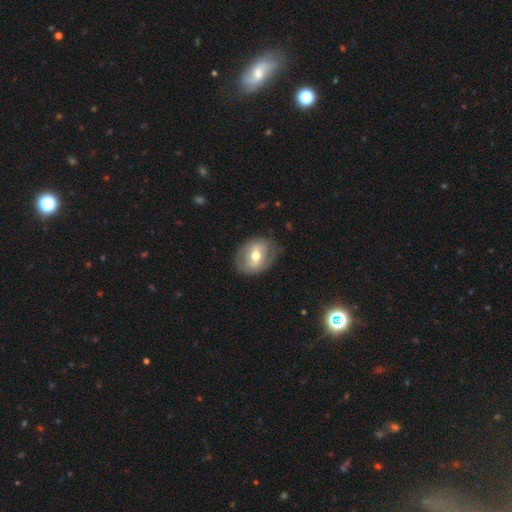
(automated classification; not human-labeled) A featured or disk galaxy (48%).

Vote fractions:
- Smooth or featured? featured or disk: 48% / smooth: 46% / star or artifact: 7%
- Merging? none: 70% / minor disturbance: 21% / major disturbance: 7% / merger: 1%